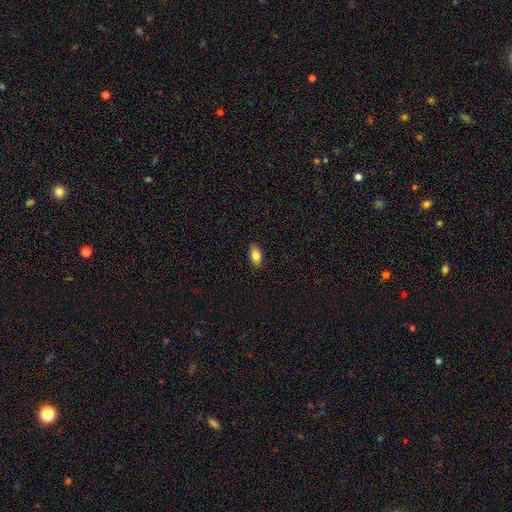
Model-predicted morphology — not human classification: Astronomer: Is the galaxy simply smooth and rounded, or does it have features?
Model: smooth — 85%.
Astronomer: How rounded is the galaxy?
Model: in between — 90%.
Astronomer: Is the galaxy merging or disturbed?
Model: none — 87%.